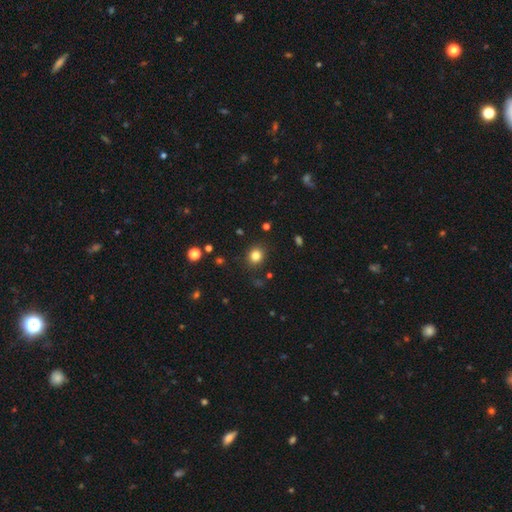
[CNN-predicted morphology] This is clearly a smooth galaxy (82%). How rounded: likely round (80%). Merging: clearly none (87%).